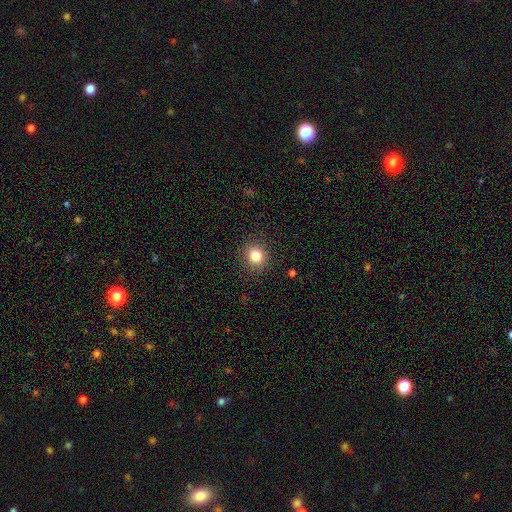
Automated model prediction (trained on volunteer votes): smooth_or_featured: smooth (p=0.83) [alt: star or artifact p=0.11]
how_rounded: round (p=0.81) [alt: in between p=0.18]
merging: none (p=0.89) [alt: minor disturbance p=0.07]